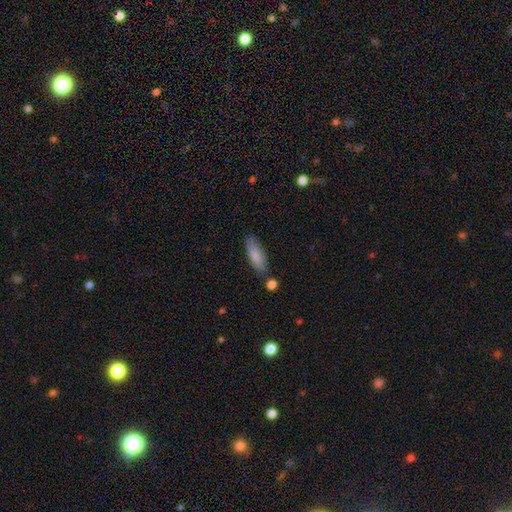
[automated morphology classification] A smooth galaxy with no disk features (82%) that is in between round and cigar-shaped (68%). Merging: none (76%).